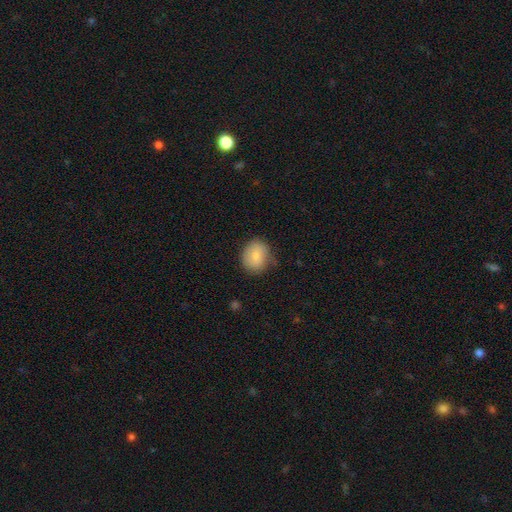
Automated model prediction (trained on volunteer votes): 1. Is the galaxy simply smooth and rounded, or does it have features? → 83% smooth, 10% featured or disk, 7% star or artifact.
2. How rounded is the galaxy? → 62% round, 37% in between, 1% cigar-shaped.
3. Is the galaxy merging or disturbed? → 69% none, 24% minor disturbance, 5% major disturbance, 2% merger.